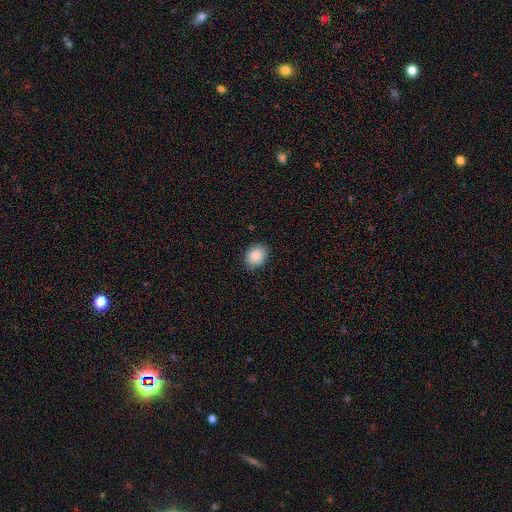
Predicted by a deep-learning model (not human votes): Smooth or featured?
  - smooth: 87% *
  - star or artifact: 8%
  - featured or disk: 5%
How rounded?
  - in between: 50% *
  - round: 49%
  - cigar-shaped: 1%
Merging?
  - none: 88% *
  - minor disturbance: 9%
  - major disturbance: 2%
  - merger: 1%